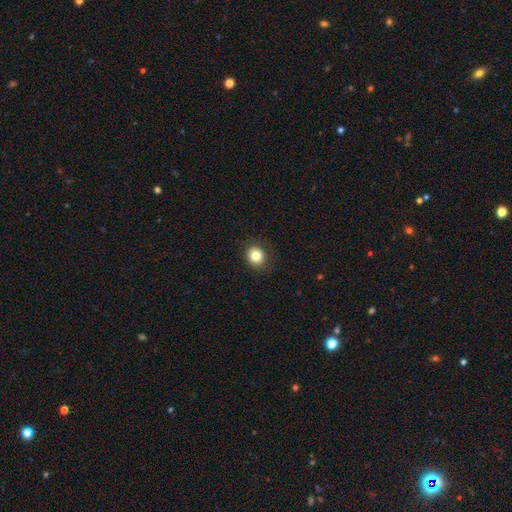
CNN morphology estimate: This appears to be a smooth galaxy with no disk features (82%) that is round (72%). Merging: none (88%).